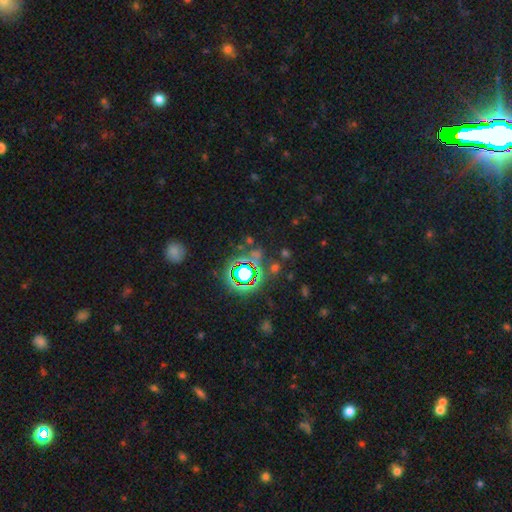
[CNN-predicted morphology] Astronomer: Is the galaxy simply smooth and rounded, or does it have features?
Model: star or artifact — 74%.